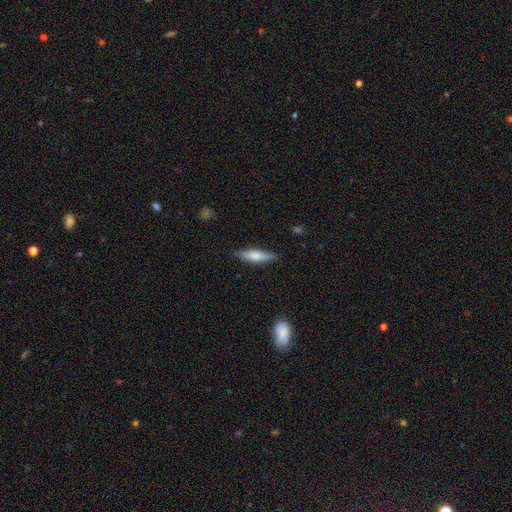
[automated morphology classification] Smooth or featured: smooth — 65% (featured or disk — 29%)
How rounded: cigar-shaped — 75% (in between — 23%)
Merging: none — 86% (minor disturbance — 11%)